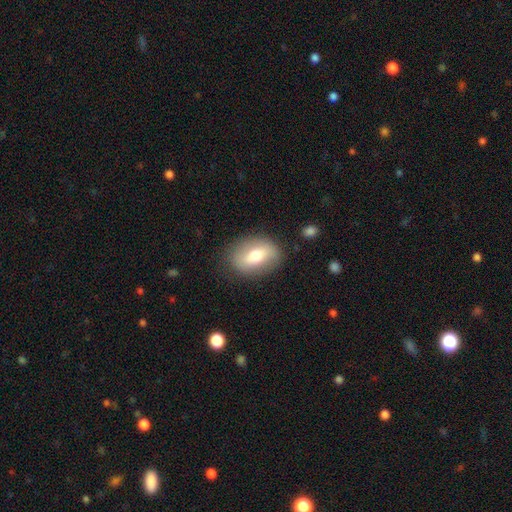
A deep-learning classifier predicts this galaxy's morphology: Smooth or featured? smooth (62%)
How rounded? in between (74%)
Merging? none (82%)